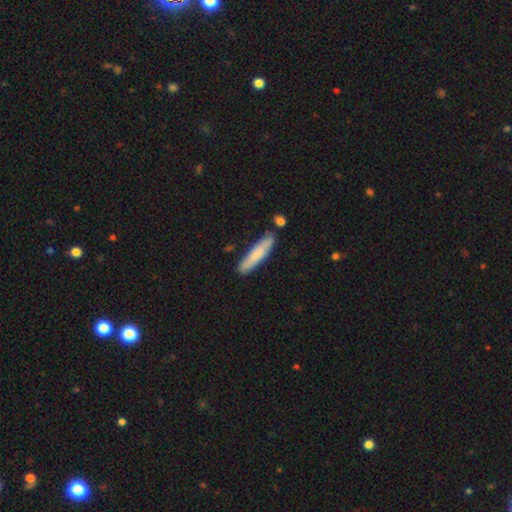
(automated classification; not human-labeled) Overall: smooth (72%). How rounded: cigar-shaped (86%). Merging: none (79%).